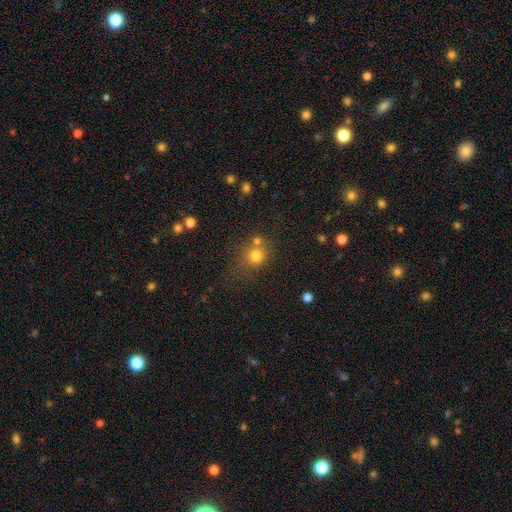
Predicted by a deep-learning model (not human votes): Smooth or featured? Predicted: smooth (p=0.77). How rounded? Predicted: round (p=0.87). Merging? Predicted: none (p=0.57).